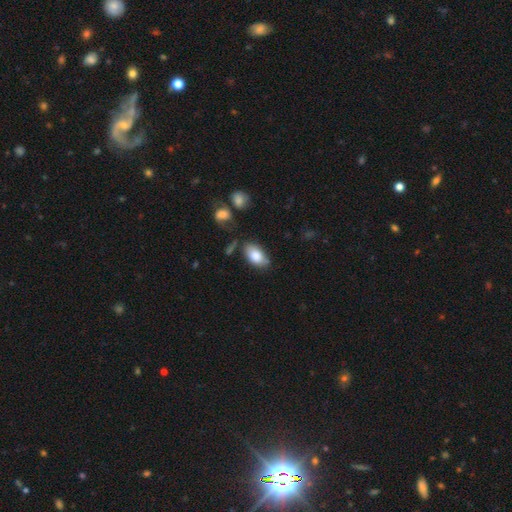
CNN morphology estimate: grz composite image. It shows a smooth galaxy with no disk features (82%) that is in between round and cigar-shaped (93%). Merging: none (67%).